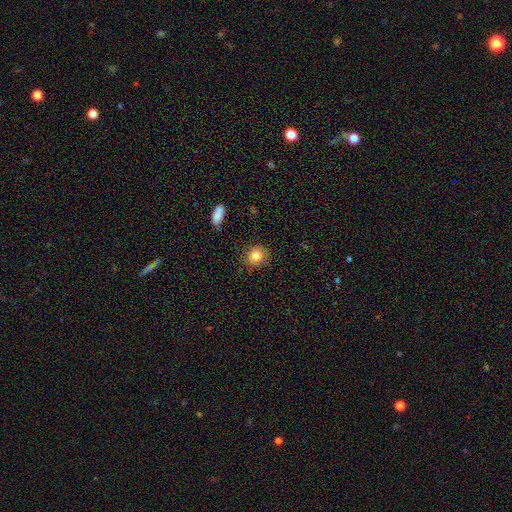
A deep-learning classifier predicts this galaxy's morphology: Smooth or featured?
  - smooth: 83% *
  - star or artifact: 9%
  - featured or disk: 8%
How rounded?
  - round: 81% *
  - in between: 17%
  - cigar-shaped: 1%
Merging?
  - none: 84% *
  - minor disturbance: 11%
  - major disturbance: 3%
  - merger: 2%